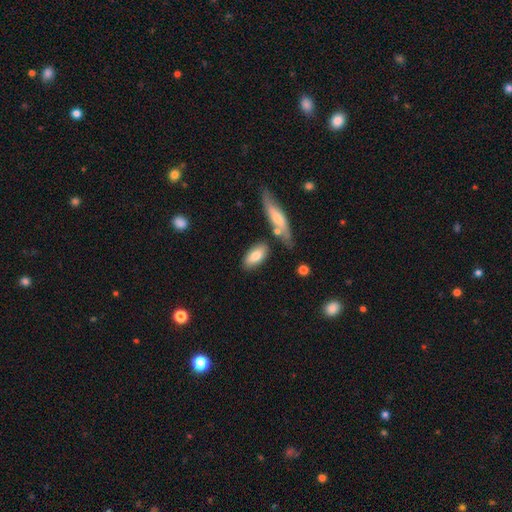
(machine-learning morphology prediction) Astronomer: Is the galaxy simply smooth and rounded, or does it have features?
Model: smooth — 77%.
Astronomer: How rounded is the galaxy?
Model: in between — 83%.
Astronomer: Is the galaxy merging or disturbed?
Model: none — 73%.